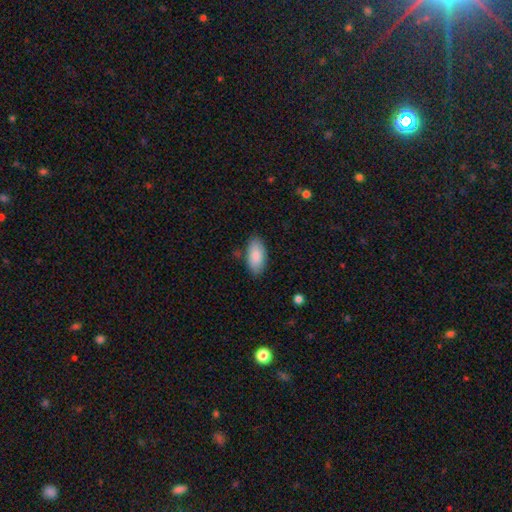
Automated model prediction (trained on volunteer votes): Q: Smooth or featured?
A: smooth (87%); runner-up: featured or disk (7%)
Q: How rounded?
A: in between (92%); runner-up: cigar-shaped (6%)
Q: Merging?
A: none (82%); runner-up: minor disturbance (13%)